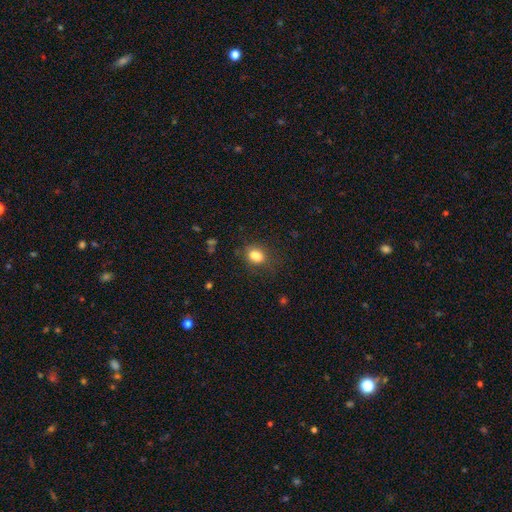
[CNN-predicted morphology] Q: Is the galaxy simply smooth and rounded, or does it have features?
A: smooth — 77%.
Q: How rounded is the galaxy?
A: in between — 69%.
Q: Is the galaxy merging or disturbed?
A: none — 57%.